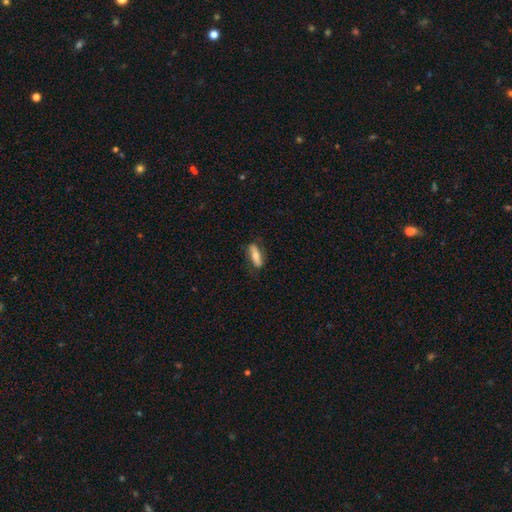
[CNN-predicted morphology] Overall: smooth (60%; featured or disk 34%). How rounded: in between (50%; cigar-shaped 47%). Merging: none (77%).